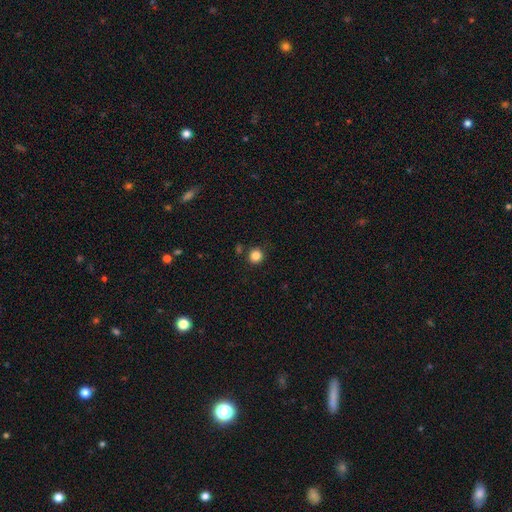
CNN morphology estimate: smooth-or-featured: smooth: 85% | star or artifact: 11% | featured or disk: 4%
  how-rounded: round: 92% | in between: 7% | cigar-shaped: 1%
  merging: none: 85% | minor disturbance: 8% | merger: 4% | major disturbance: 2%